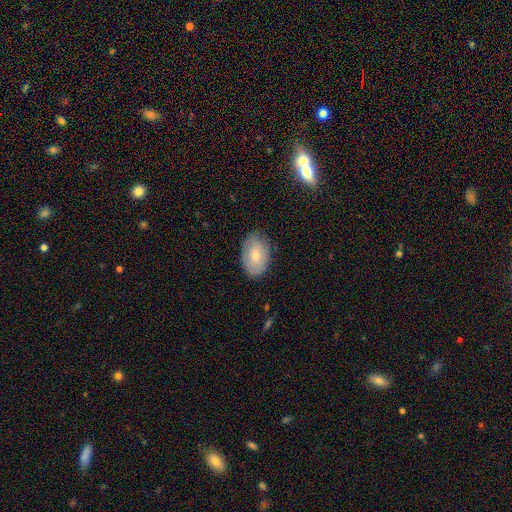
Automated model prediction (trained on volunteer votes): The model was most divided on "smooth or featured": smooth: 67%, featured or disk: 26%, star or artifact: 7%. More confident: how rounded — in between (88%); merging — none (78%).